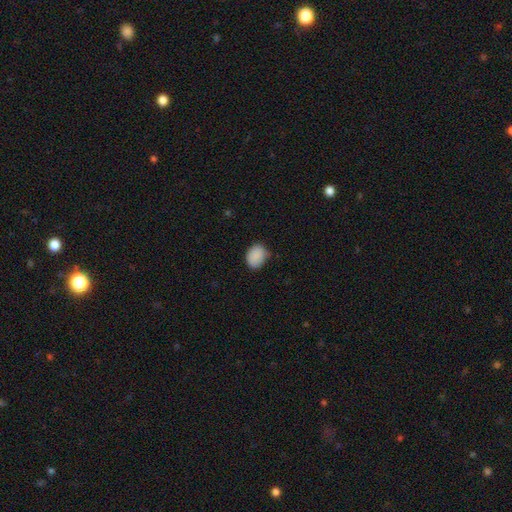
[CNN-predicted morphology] Smooth or featured: smooth — 89% (star or artifact — 8%)
How rounded: in between — 63% (round — 36%)
Merging: none — 71% (minor disturbance — 24%)